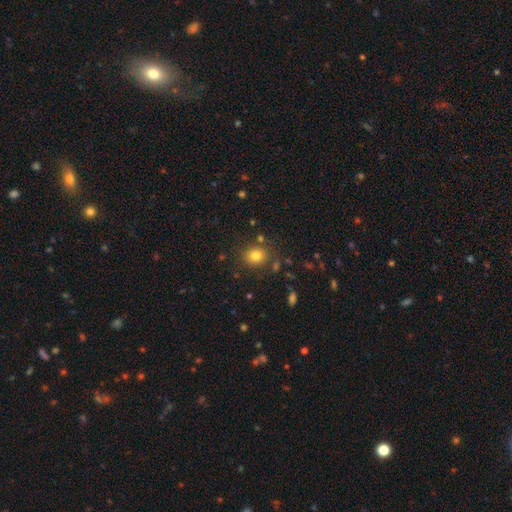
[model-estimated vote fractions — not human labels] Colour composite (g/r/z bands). It shows a smooth galaxy with no disk features (79%) that is round (65%). Merging: none (82%).